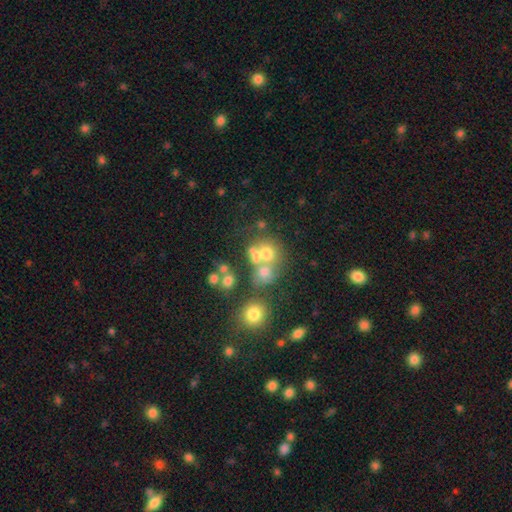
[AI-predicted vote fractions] Morphology: type=smooth (58%); roundness=round (69%); merging=merger (44%).